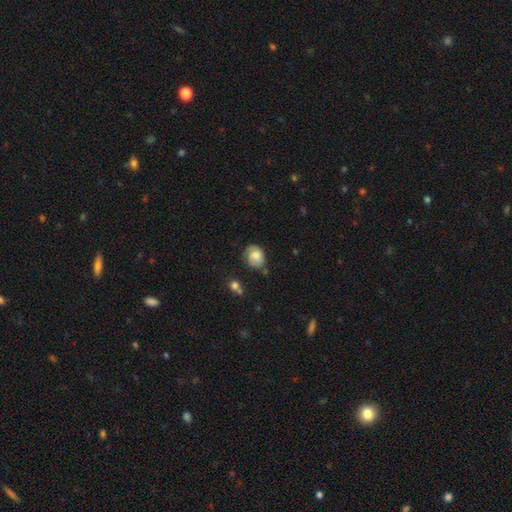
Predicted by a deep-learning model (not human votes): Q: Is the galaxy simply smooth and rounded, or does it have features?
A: smooth — 62%.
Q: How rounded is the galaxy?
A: round — 55%.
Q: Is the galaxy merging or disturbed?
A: none — 59%.